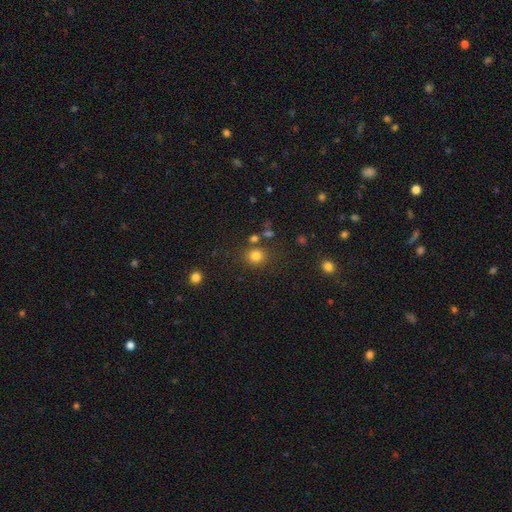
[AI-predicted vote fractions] This is clearly a smooth galaxy (81%). How rounded: clearly round (82%). Merging: likely none (78%).